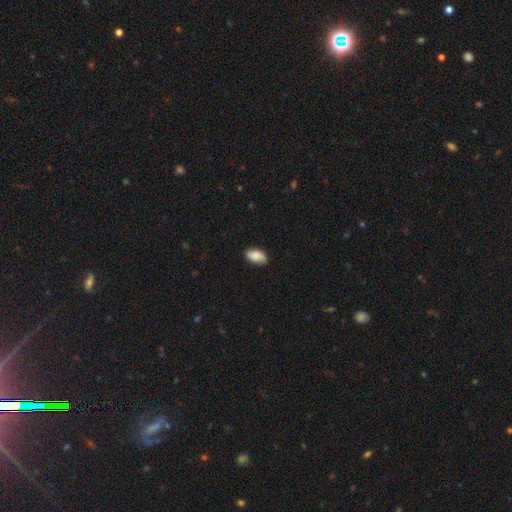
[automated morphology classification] Overall: smooth (79%). How rounded: in between (93%). Merging: none (80%).